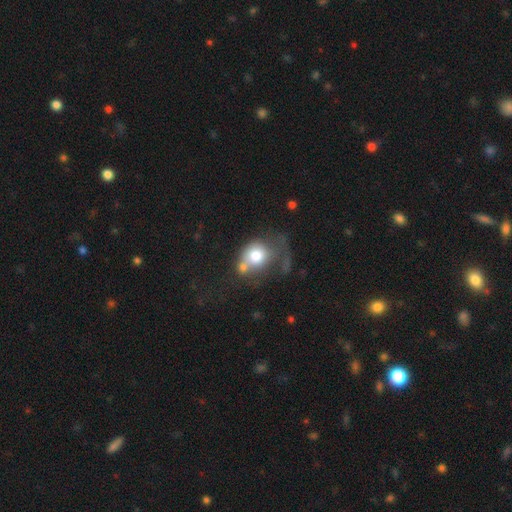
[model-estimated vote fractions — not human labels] This appears to be a smooth galaxy with no disk features (70%) that is round (62%). Merging: merger (30%).